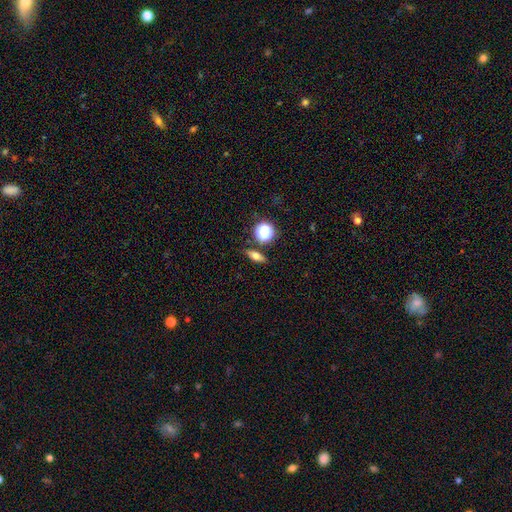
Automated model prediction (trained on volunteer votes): Smooth or featured?
  - smooth: 60% *
  - featured or disk: 26%
  - star or artifact: 14%
How rounded?
  - in between: 55% *
  - cigar-shaped: 29%
  - round: 16%
Merging?
  - none: 83% *
  - minor disturbance: 10%
  - merger: 4%
  - major disturbance: 3%